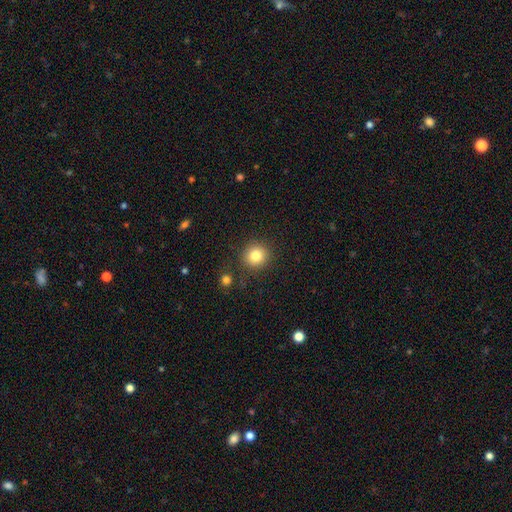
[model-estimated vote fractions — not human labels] The model was most divided on "smooth or featured": smooth: 82%, star or artifact: 11%, featured or disk: 7%. More confident: how rounded — round (90%); merging — none (87%).